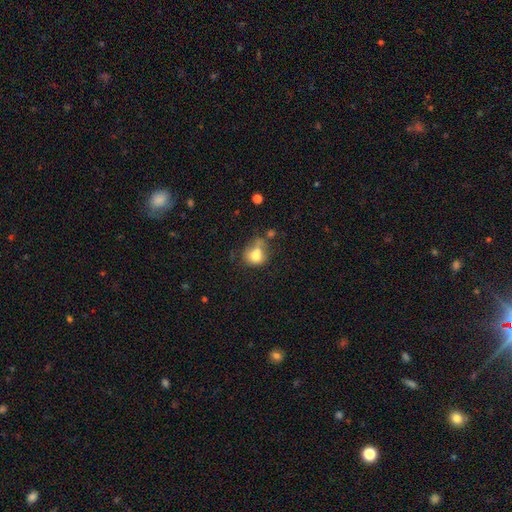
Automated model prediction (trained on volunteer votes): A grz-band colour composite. It shows a smooth galaxy with no disk features (74%) that is round (64%). Merging: none (38%).